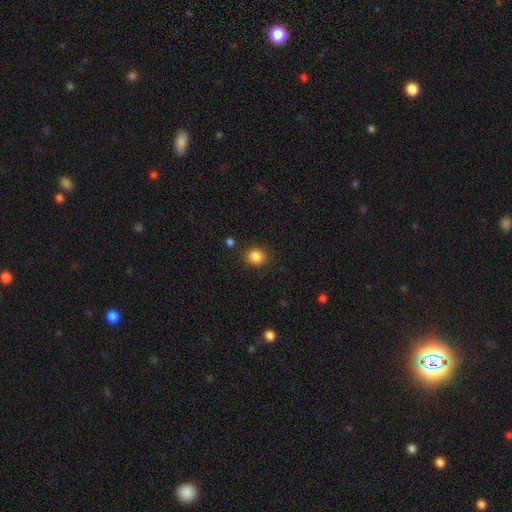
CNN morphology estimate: Overall: smooth (85%). How rounded: round (74%). Merging: none (84%).